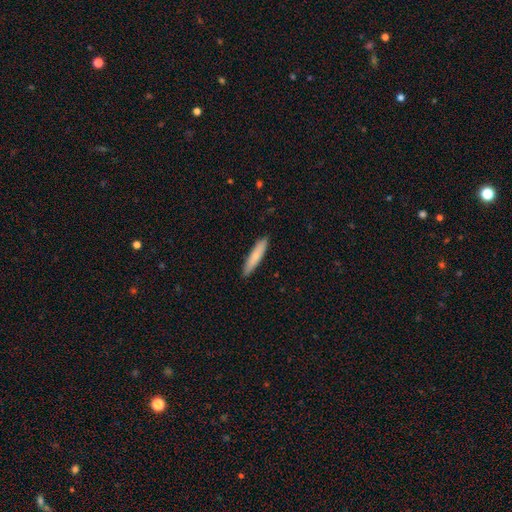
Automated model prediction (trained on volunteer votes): This appears to be a smooth galaxy with no disk features (78%) that is cigar-shaped (90%). Merging: none (90%).